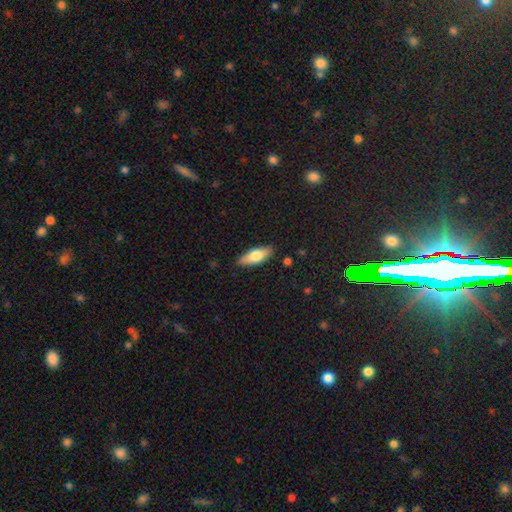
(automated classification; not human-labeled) Overall: smooth (71%). How rounded: in between (72%). Merging: none (87%).